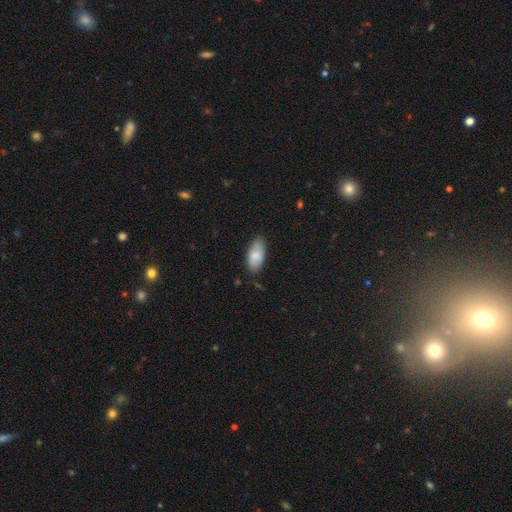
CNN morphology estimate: A smooth galaxy with no disk features (82%) that is in between round and cigar-shaped (91%). Merging: none (78%).